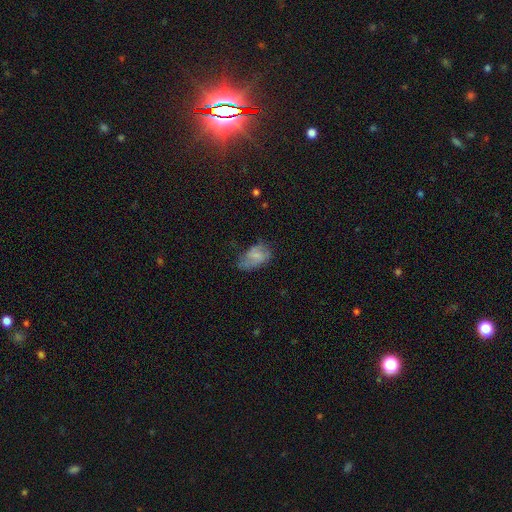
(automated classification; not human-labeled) This appears to be a smooth galaxy with no disk features (63%) that is in between round and cigar-shaped (90%). Merging: none (40%).